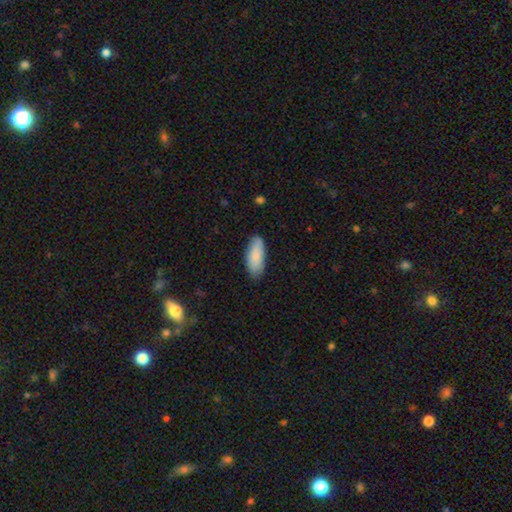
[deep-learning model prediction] smooth_or_featured: smooth (p=0.87) [alt: featured or disk p=0.08]
how_rounded: in between (p=0.81) [alt: cigar-shaped p=0.17]
merging: none (p=0.83) [alt: minor disturbance p=0.13]